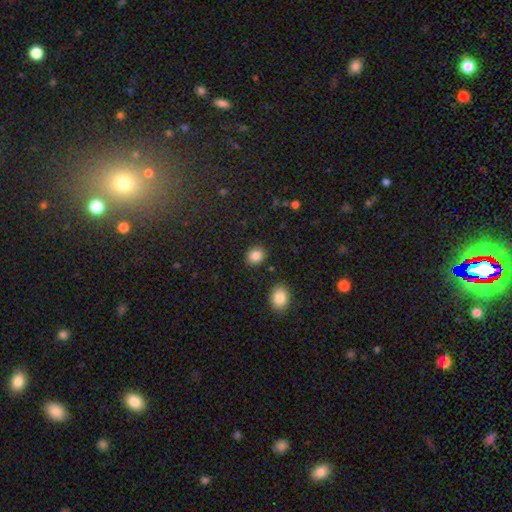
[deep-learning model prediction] smooth 85%, star or artifact 10%, featured or disk 5%. Down the decision tree: how rounded — round (63%); merging — none (87%).